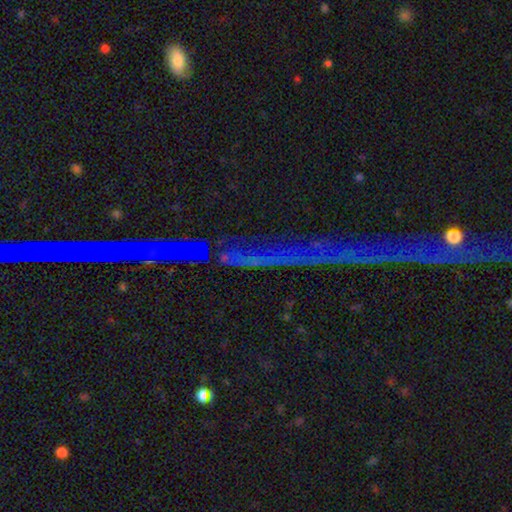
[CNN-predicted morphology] Smooth or featured?
  - star or artifact: 69% *
  - featured or disk: 20%
  - smooth: 11%